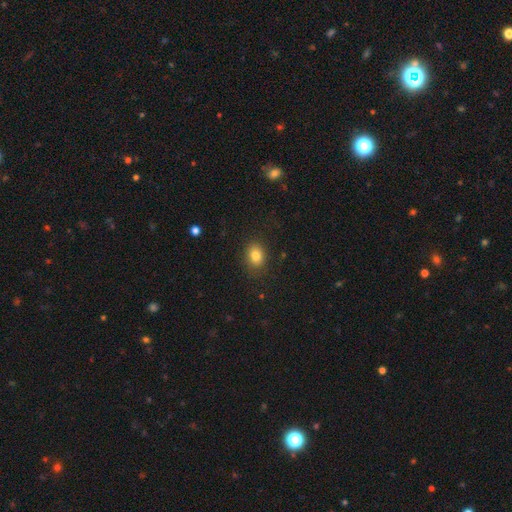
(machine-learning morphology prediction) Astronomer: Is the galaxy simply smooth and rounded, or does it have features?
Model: smooth — 83%.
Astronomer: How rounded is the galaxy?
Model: in between — 56% (runner-up: round, 43%).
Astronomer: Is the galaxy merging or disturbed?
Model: none — 84%.